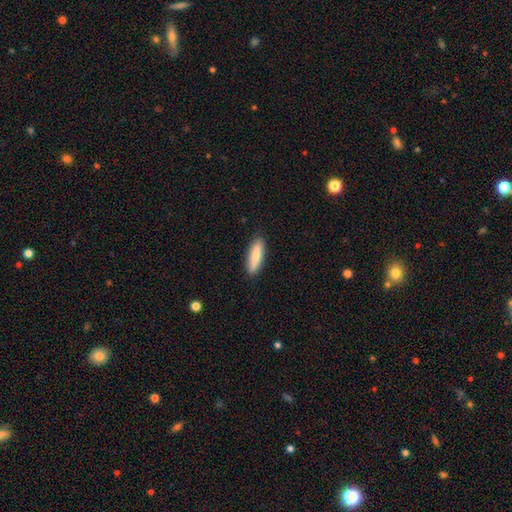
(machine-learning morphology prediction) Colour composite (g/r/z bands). It shows a smooth galaxy with no disk features (81%) that is cigar-shaped (59%). Merging: none (88%).